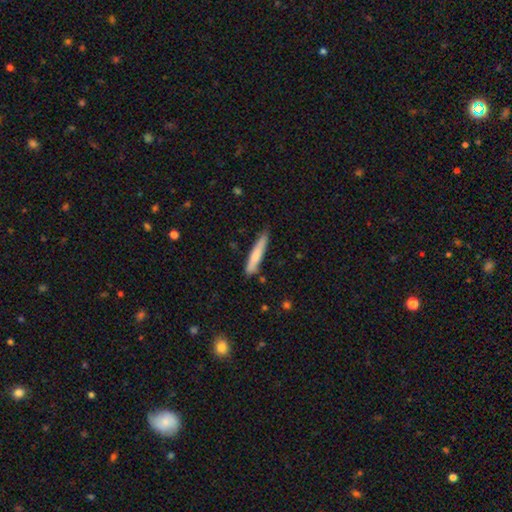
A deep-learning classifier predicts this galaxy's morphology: smooth-or-featured: smooth: 73% | featured or disk: 21% | star or artifact: 6%
  how-rounded: cigar-shaped: 92% | in between: 7% | round: 1%
  merging: none: 79% | minor disturbance: 16% | merger: 3% | major disturbance: 2%